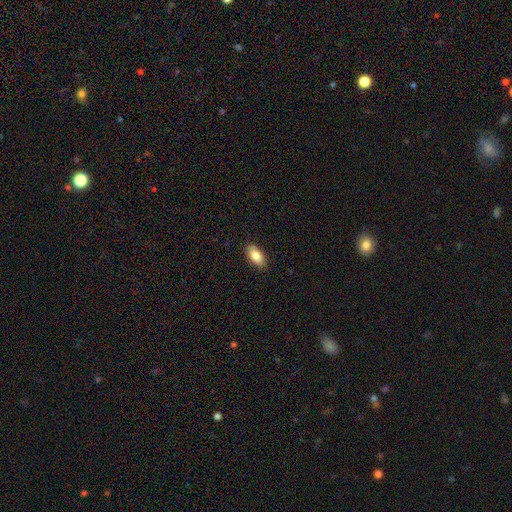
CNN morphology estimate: This appears to be a smooth galaxy with no disk features (84%) that is in between round and cigar-shaped (90%). Merging: none (88%).